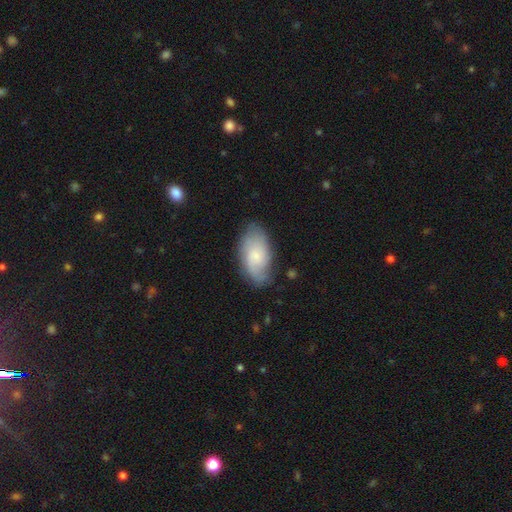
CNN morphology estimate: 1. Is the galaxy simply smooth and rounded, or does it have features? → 55% smooth, 38% featured or disk, 7% star or artifact.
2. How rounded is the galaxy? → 93% in between, 4% round, 2% cigar-shaped.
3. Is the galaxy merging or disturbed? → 69% none, 23% minor disturbance, 6% major disturbance, 2% merger.